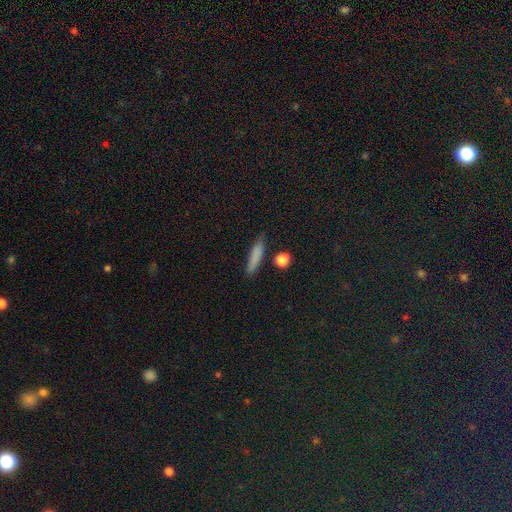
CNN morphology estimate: A smooth galaxy with no disk features (80%) that is cigar-shaped (82%). Merging: none (77%).